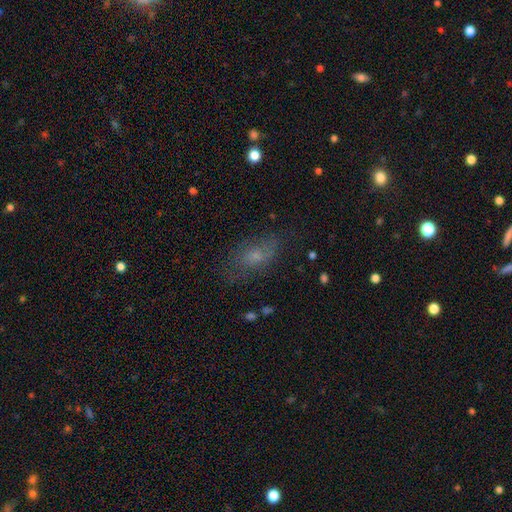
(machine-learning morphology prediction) This is possibly a smooth galaxy (58%). How rounded: clearly in between (82%). Merging: likely none (66%).